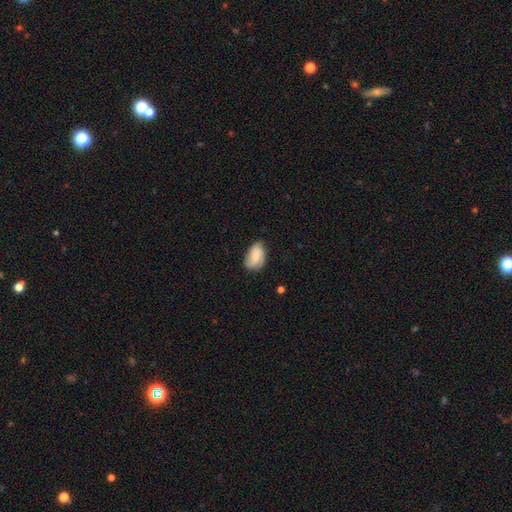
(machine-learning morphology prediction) smooth-or-featured: smooth: 59% | featured or disk: 33% | star or artifact: 7%
  how-rounded: in between: 89% | round: 9% | cigar-shaped: 2%
  merging: none: 61% | minor disturbance: 30% | major disturbance: 8% | merger: 2%